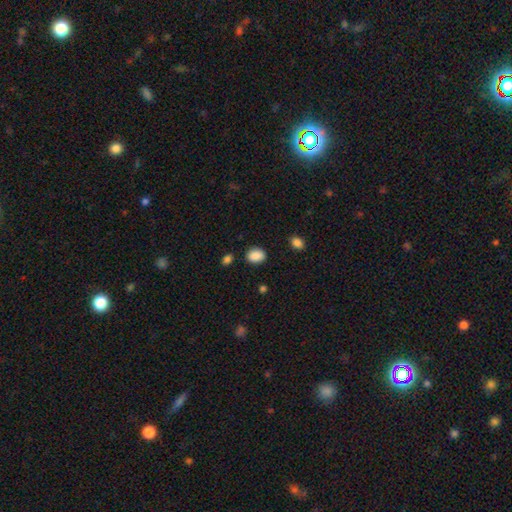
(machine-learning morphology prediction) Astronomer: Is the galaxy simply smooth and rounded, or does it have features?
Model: smooth — 88%.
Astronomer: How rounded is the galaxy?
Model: in between — 59% (runner-up: round, 40%).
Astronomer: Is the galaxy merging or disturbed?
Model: none — 84%.